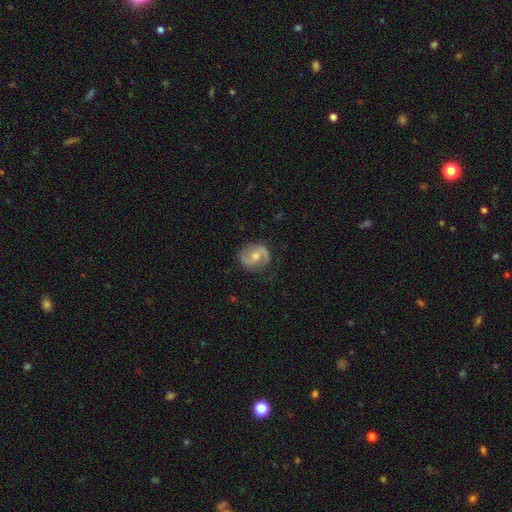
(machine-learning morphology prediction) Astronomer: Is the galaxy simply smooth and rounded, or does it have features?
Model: featured or disk — 73%.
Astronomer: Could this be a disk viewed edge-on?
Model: no — 97%.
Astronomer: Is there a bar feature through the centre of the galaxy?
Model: no — 44% (runner-up: weak, 42%).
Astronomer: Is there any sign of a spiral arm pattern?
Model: yes — 91%.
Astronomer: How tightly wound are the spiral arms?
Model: medium — 47% (runner-up: loose, 34%).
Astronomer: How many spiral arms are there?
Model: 2 — 88%.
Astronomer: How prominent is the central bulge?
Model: moderate — 62%.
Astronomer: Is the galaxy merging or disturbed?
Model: none — 77%.